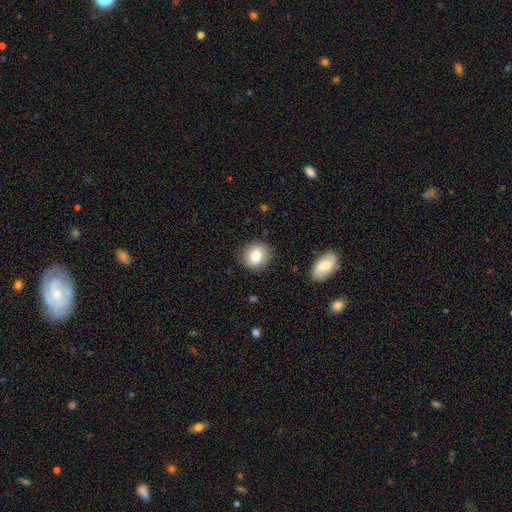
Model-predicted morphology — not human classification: smooth-or-featured: smooth: 80% | featured or disk: 11% | star or artifact: 8%
  how-rounded: round: 72% | in between: 27% | cigar-shaped: 1%
  merging: none: 85% | minor disturbance: 11% | major disturbance: 3% | merger: 2%